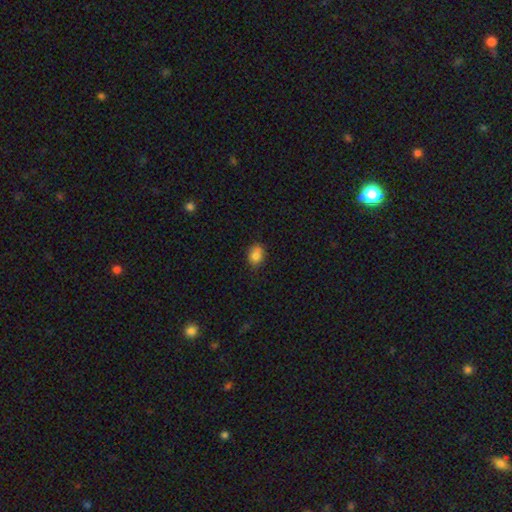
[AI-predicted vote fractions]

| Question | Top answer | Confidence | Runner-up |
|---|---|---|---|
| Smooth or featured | smooth | 83% | star or artifact (10%) |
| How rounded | in between | 62% | round (37%) |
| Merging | none | 70% | minor disturbance (23%) |